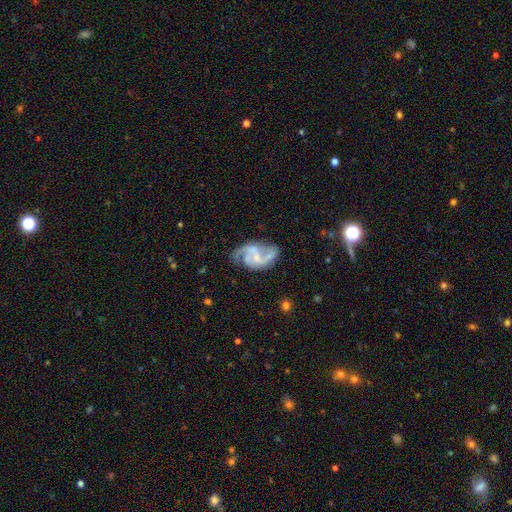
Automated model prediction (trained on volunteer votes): A featured or disk galaxy (85%) with a weak bar (46%), 2 (76%) loose (44%, tied with medium) spiral arms (94%) and a small central bulge (50%). Merging: none (56%).